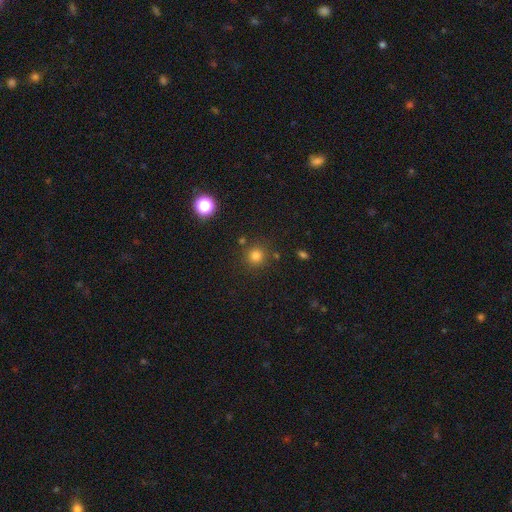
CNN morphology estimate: smooth 78%, star or artifact 16%, featured or disk 6%. Down the decision tree: how rounded — round (93%); merging — none (83%).